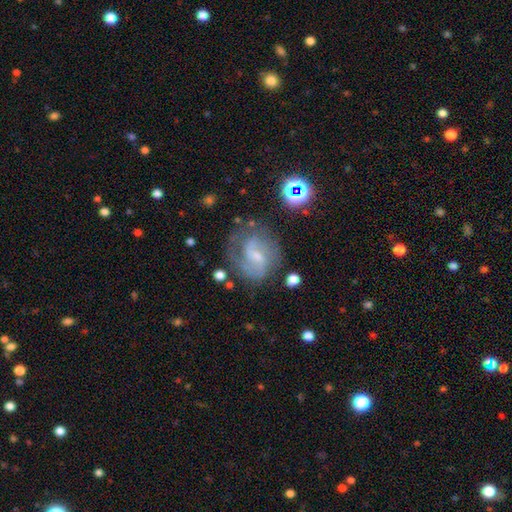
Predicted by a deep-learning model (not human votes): featured or disk 71%, smooth 18%, star or artifact 10%. Down the decision tree: edge-on disk — no (97%); bar — weak (56%); spiral arms — yes (87%); spiral arm count — 2 (56%); spiral winding — medium (47%); bulge size — small (59%); merging — none (56%).